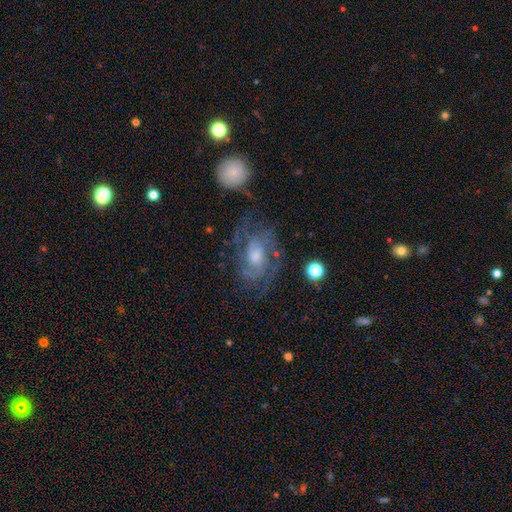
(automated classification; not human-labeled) smooth_or_featured: featured or disk (p=0.78) [alt: smooth p=0.14]
disk_edge_on: no (p=0.96) [alt: yes p=0.04]
bar: no (p=0.65) [alt: weak p=0.30]
has_spiral_arms: yes (p=0.88) [alt: no p=0.12]
spiral_winding: tight (p=0.49) [alt: medium p=0.39]
spiral_arm_count: can't tell (p=0.36) [alt: 2 p=0.35]
bulge_size: moderate (p=0.52) [alt: small p=0.32]
merging: none (p=0.63) [alt: minor disturbance p=0.19]